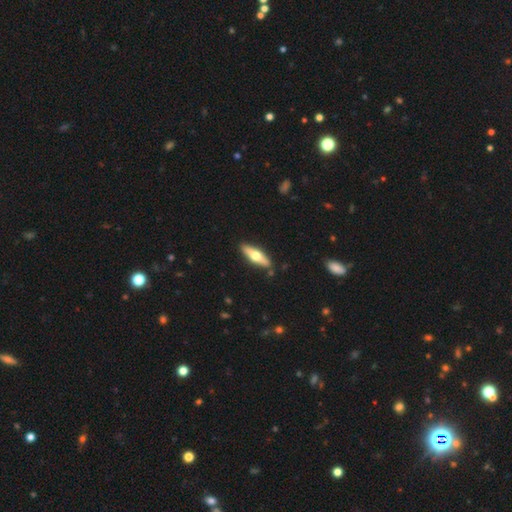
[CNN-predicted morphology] Smooth or featured? featured or disk (48%)
Merging? none (88%)